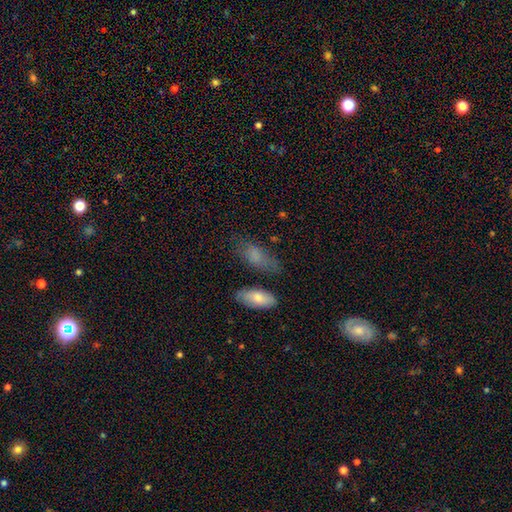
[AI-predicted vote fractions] A smooth galaxy with no disk features (74%) that is in between round and cigar-shaped (80%).

Vote fractions:
- Smooth or featured? smooth: 74% / featured or disk: 16% / star or artifact: 10%
- How rounded? in between: 80% / cigar-shaped: 15% / round: 4%
- Merging? none: 58% / minor disturbance: 24% / major disturbance: 9% / merger: 8%